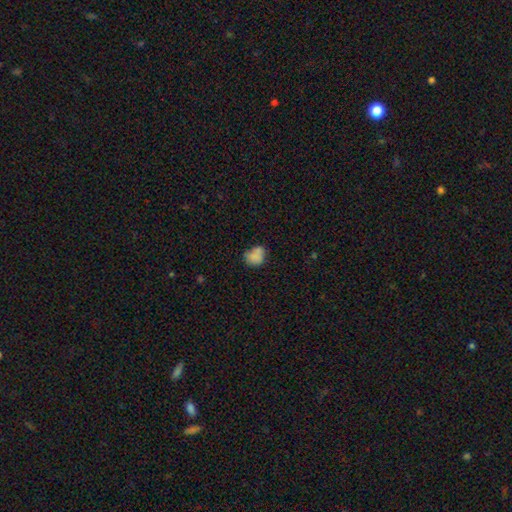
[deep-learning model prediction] Q: Smooth or featured?
A: smooth (77%); runner-up: featured or disk (12%)
Q: How rounded?
A: round (56%); runner-up: in between (43%)
Q: Merging?
A: none (53%); runner-up: minor disturbance (28%)